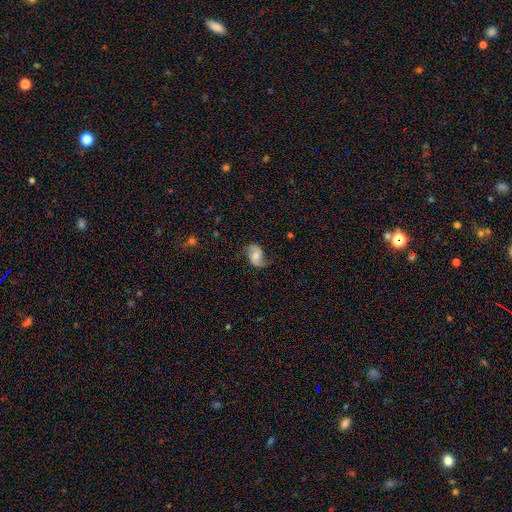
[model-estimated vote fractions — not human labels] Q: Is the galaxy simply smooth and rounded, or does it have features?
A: featured or disk — 68%.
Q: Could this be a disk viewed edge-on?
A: no — 97%.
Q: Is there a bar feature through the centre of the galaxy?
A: no — 62%.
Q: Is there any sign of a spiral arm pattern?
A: yes — 92%.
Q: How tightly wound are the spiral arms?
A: loose — 56%.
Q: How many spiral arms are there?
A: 2 — 89%.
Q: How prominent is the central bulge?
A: moderate — 59%.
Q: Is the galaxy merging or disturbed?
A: none — 70%.